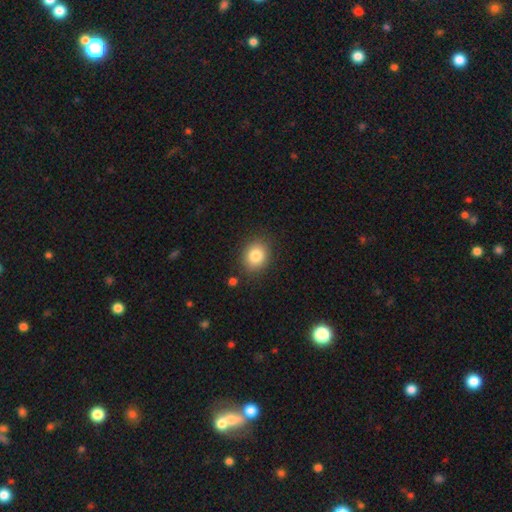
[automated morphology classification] The model was most divided on "how rounded": round: 62%, in between: 37%, cigar-shaped: 1%. More confident: merging — none (85%); smooth or featured — smooth (84%).